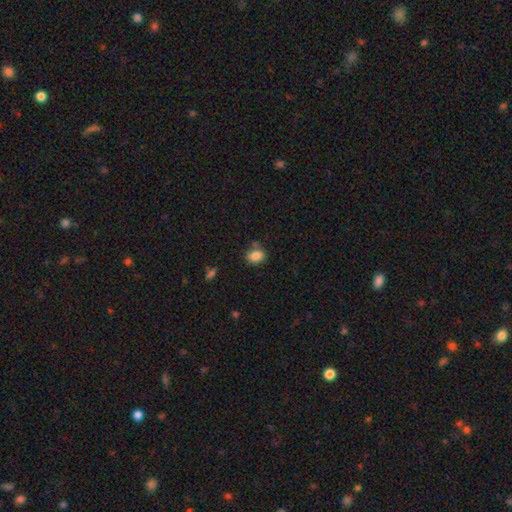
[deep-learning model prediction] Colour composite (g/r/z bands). It shows a smooth galaxy with no disk features (83%) that is in between round and cigar-shaped (71%). Merging: none (66%).